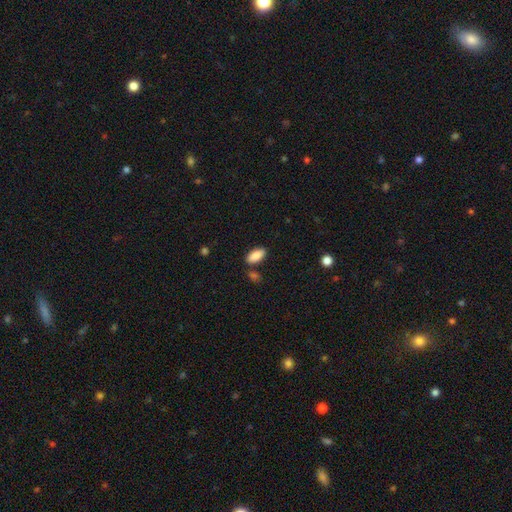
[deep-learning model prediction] smooth 88%, star or artifact 7%, featured or disk 5%. Down the decision tree: how rounded — in between (89%); merging — none (80%).